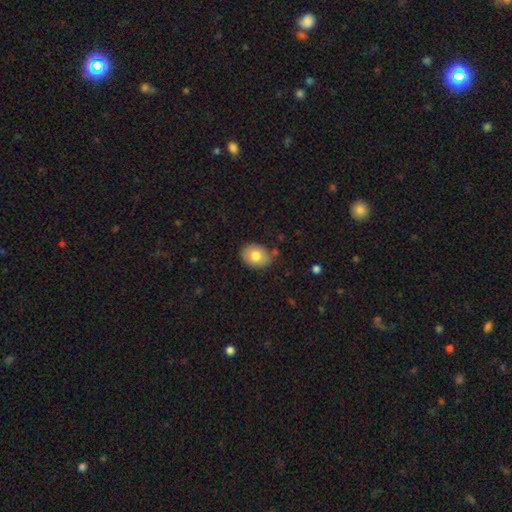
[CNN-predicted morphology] smooth 79%, featured or disk 13%, star or artifact 8%. Down the decision tree: how rounded — in between (64%); merging — none (80%).